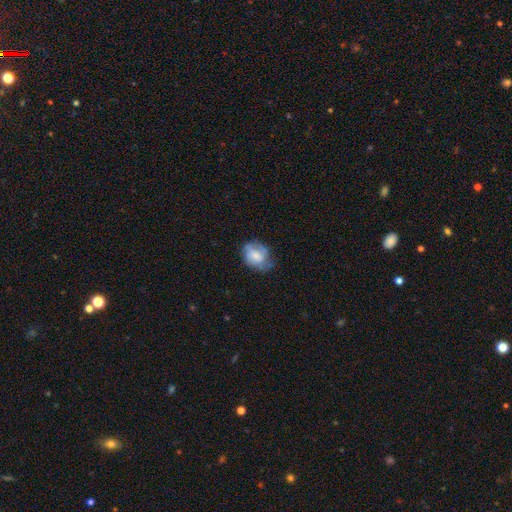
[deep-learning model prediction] smooth-or-featured: smooth: 58% | featured or disk: 34% | star or artifact: 8%
  how-rounded: in between: 55% | round: 44% | cigar-shaped: 1%
  merging: none: 52% | minor disturbance: 31% | major disturbance: 15% | merger: 2%